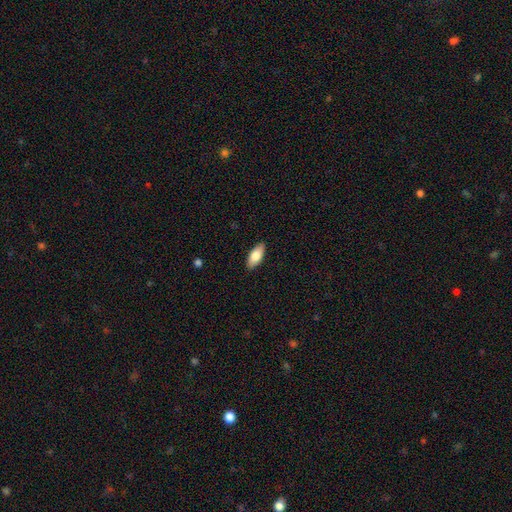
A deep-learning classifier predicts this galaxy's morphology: Smooth or featured? Predicted: smooth (p=0.80). How rounded? Predicted: in between (p=0.84). Merging? Predicted: none (p=0.89).